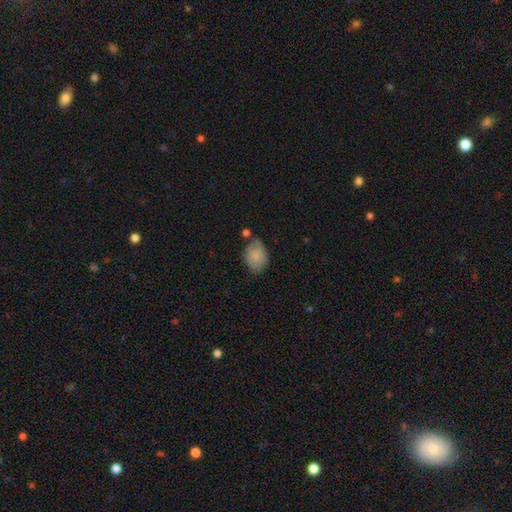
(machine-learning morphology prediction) A smooth galaxy with no disk features (84%) that is in between round and cigar-shaped (76%).

Vote fractions:
- Smooth or featured? smooth: 84% / featured or disk: 9% / star or artifact: 7%
- How rounded? in between: 76% / round: 23% / cigar-shaped: 1%
- Merging? none: 59% / minor disturbance: 27% / merger: 8% / major disturbance: 6%